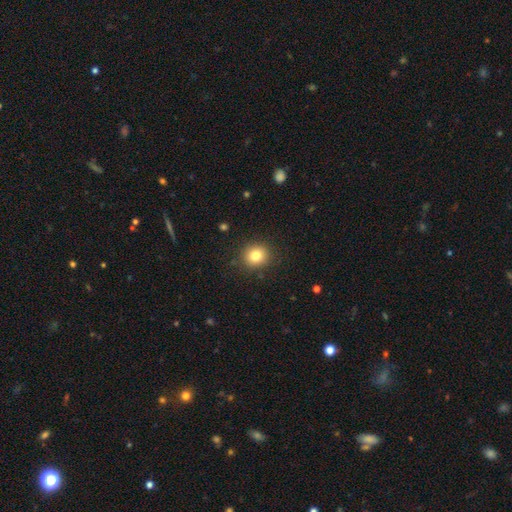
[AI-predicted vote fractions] Q: Smooth or featured?
A: smooth (81%); runner-up: star or artifact (11%)
Q: How rounded?
A: round (85%); runner-up: in between (14%)
Q: Merging?
A: none (89%); runner-up: minor disturbance (7%)